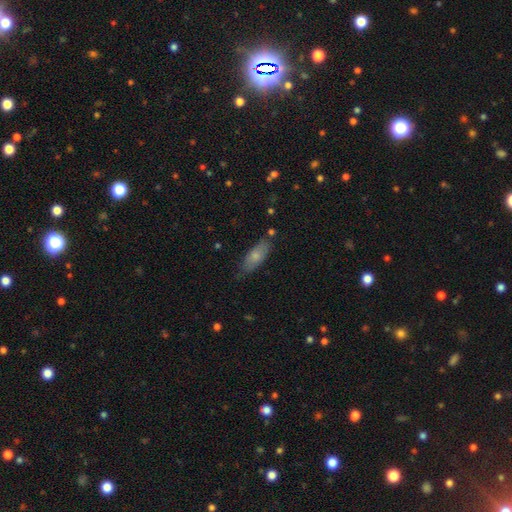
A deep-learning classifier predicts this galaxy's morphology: The model was most divided on "how rounded": in between: 72%, cigar-shaped: 26%, round: 2%. More confident: smooth or featured — smooth (73%); merging — none (72%).